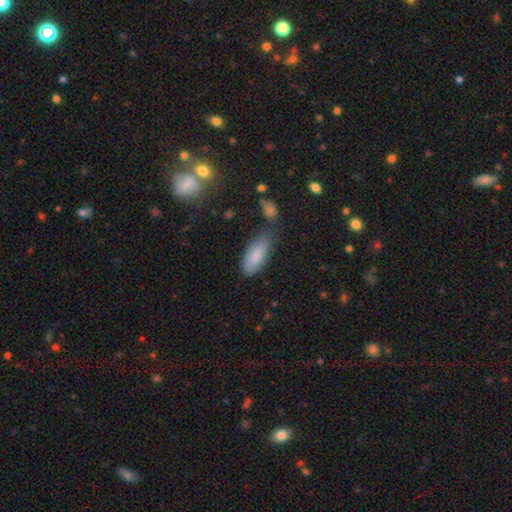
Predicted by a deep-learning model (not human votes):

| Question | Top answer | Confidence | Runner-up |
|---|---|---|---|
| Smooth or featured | smooth | 83% | featured or disk (9%) |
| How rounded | in between | 82% | cigar-shaped (17%) |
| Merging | none | 58% | minor disturbance (26%) |